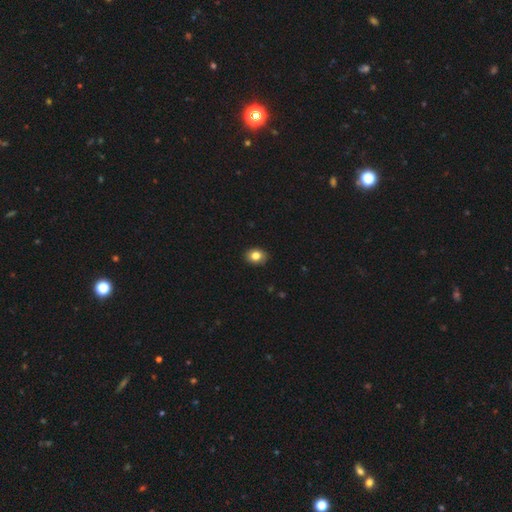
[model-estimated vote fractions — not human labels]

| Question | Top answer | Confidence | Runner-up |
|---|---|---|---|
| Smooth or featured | smooth | 83% | star or artifact (9%) |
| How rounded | in between | 57% | round (42%) |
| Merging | none | 89% | minor disturbance (9%) |